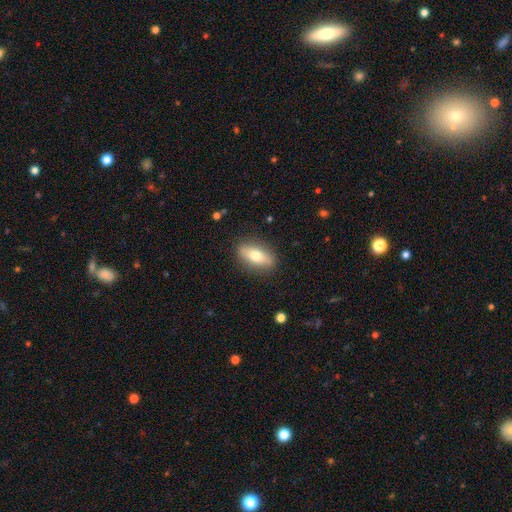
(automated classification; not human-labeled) This appears to be a smooth galaxy with no disk features (67%) that is in between round and cigar-shaped (78%). Merging: none (86%).